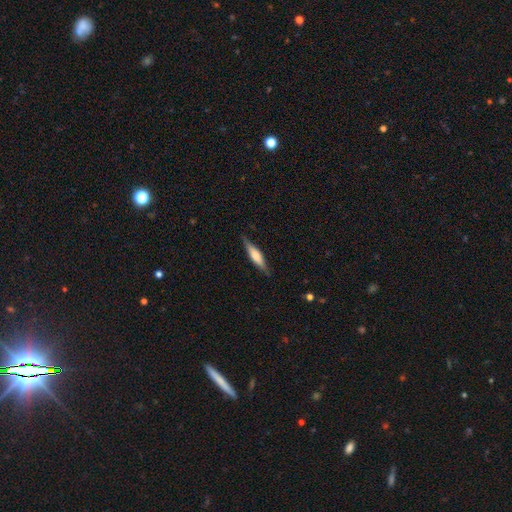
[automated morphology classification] smooth 51%, featured or disk 43%, star or artifact 6%. Down the decision tree: how rounded — cigar-shaped (75%); merging — none (83%).